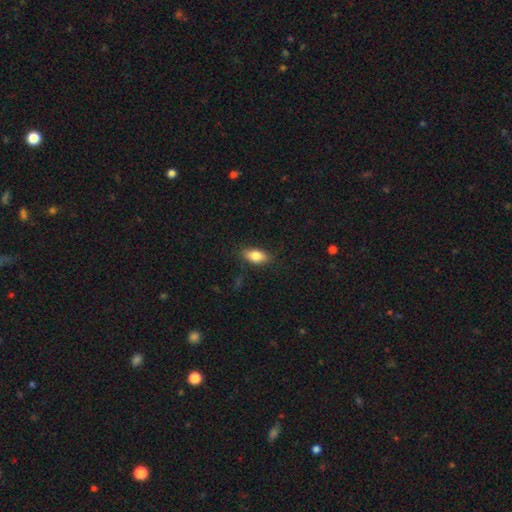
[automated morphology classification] This appears to be a smooth galaxy with no disk features (83%) that is in between round and cigar-shaped (88%). Merging: none (84%).